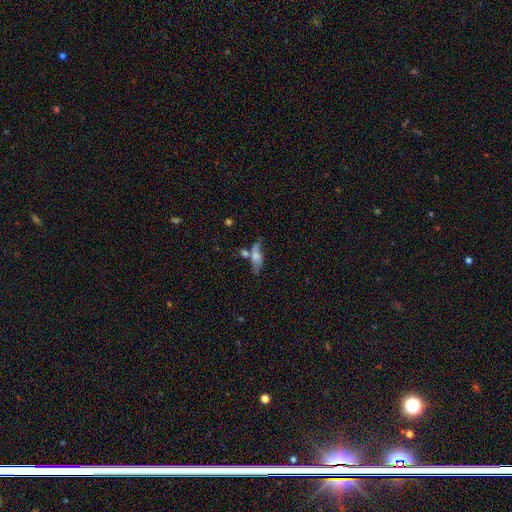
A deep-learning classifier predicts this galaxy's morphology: This appears to be a smooth galaxy with no disk features (54%) that is in between round and cigar-shaped (63%). Merging: none (37%).